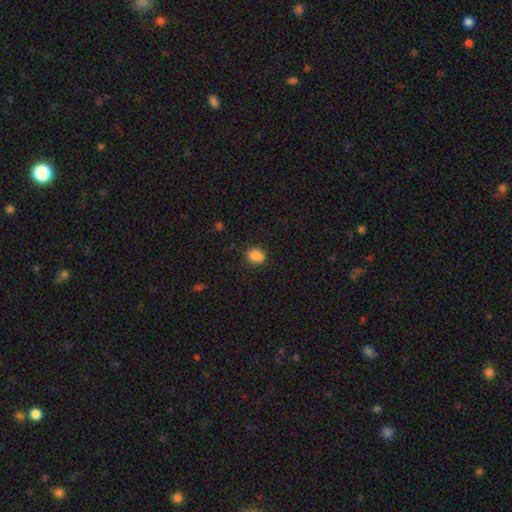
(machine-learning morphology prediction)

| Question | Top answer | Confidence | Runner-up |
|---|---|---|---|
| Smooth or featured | smooth | 86% | star or artifact (10%) |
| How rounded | round | 52% | in between (47%) |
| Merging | none | 79% | minor disturbance (16%) |